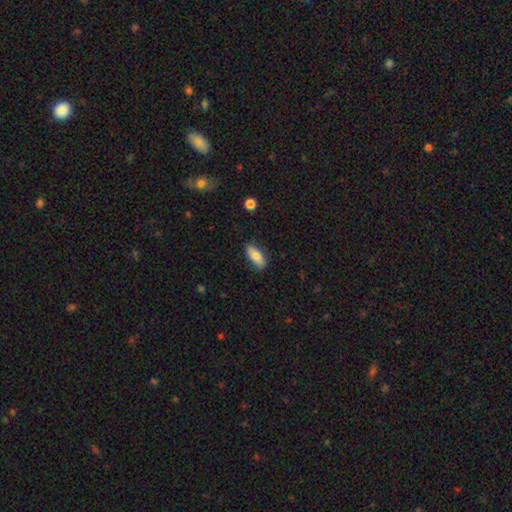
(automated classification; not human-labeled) A smooth galaxy with no disk features (75%) that is in between round and cigar-shaped (79%).

Vote fractions:
- Smooth or featured? smooth: 75% / featured or disk: 18% / star or artifact: 6%
- How rounded? in between: 79% / cigar-shaped: 18% / round: 3%
- Merging? none: 82% / minor disturbance: 14% / major disturbance: 2% / merger: 1%